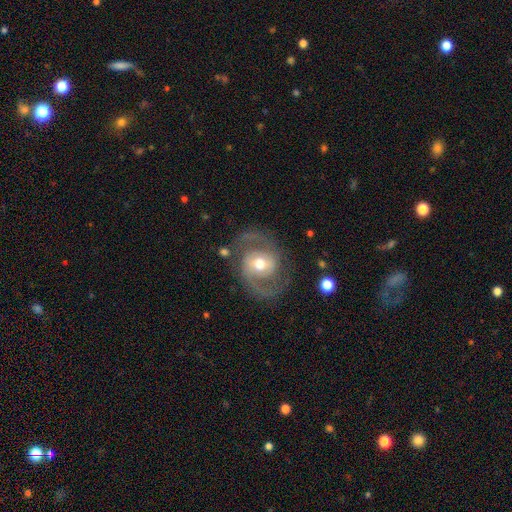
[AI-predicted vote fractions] Smooth or featured: featured or disk — 89% (smooth — 6%)
Edge-on disk: no — 98% (yes — 2%)
Bar: no — 47% (weak — 36%)
Spiral arms: yes — 95% (no — 5%)
Spiral winding: medium — 57% (tight — 25%)
Spiral arm count: 2 — 92% (can't tell — 3%)
Bulge size: moderate — 71% (small — 20%)
Merging: none — 80% (minor disturbance — 12%)